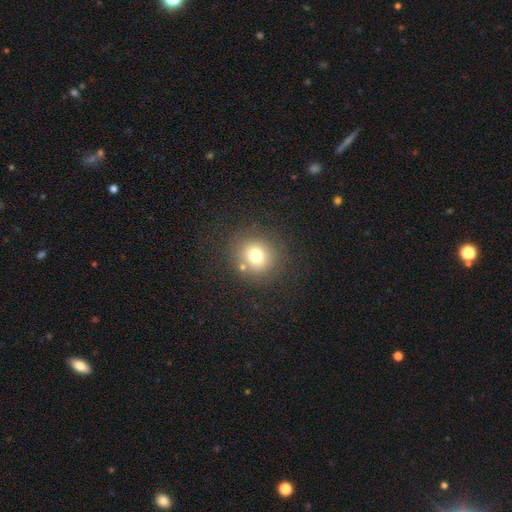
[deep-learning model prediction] Smooth or featured? smooth (74%)
How rounded? round (88%)
Merging? none (81%)